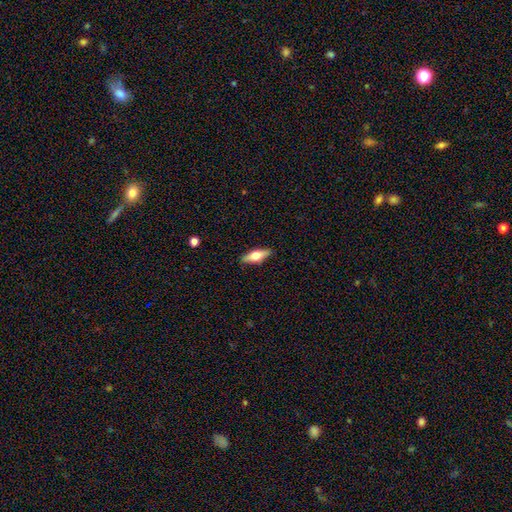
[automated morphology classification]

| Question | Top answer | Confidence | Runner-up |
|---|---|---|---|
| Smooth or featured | smooth | 51% | featured or disk (43%) |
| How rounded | in between | 57% | cigar-shaped (40%) |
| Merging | none | 88% | minor disturbance (9%) |